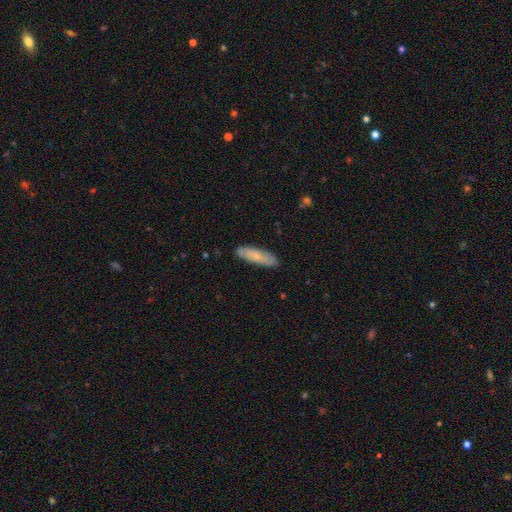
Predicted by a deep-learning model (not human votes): The model was most divided on "how rounded": cigar-shaped: 64%, in between: 34%, round: 2%. More confident: merging — none (86%); smooth or featured — smooth (70%).